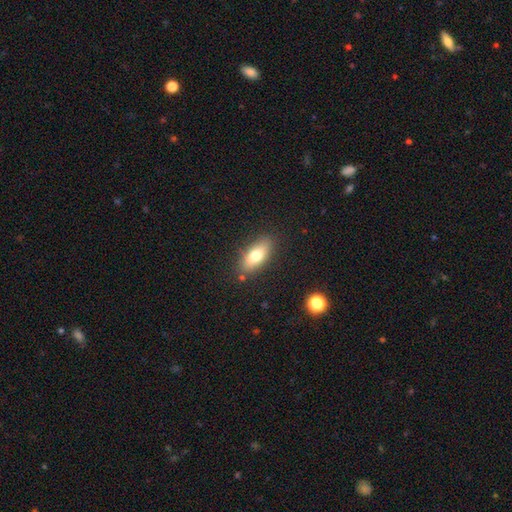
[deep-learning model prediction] Smooth or featured? Predicted: smooth (p=0.72). How rounded? Predicted: in between (p=0.80). Merging? Predicted: none (p=0.83).